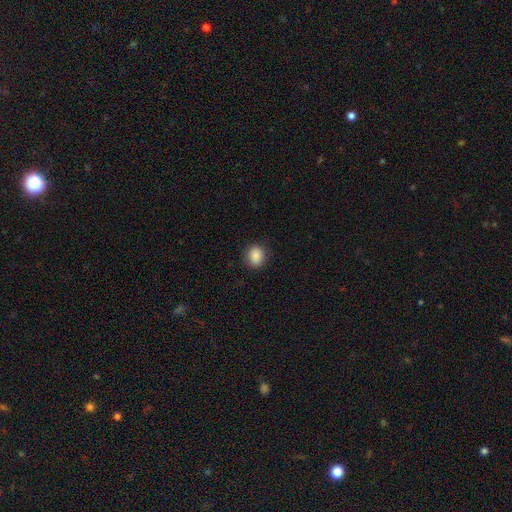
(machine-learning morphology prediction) type=smooth (87%); roundness=round (68%); merging=none (87%).